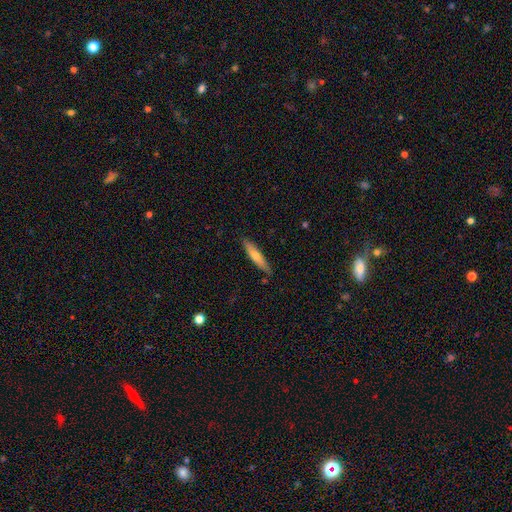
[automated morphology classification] type=smooth (60%); roundness=cigar-shaped (85%); merging=none (85%).